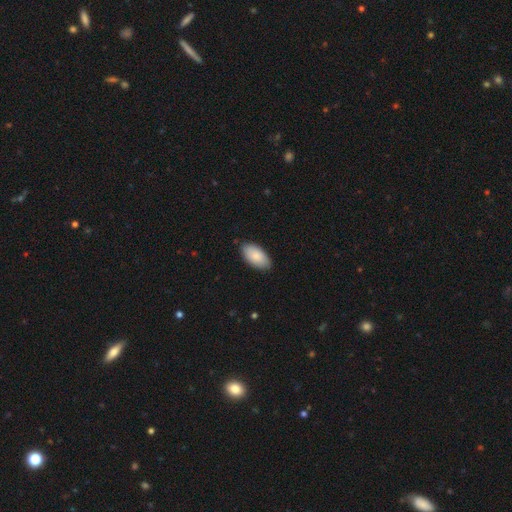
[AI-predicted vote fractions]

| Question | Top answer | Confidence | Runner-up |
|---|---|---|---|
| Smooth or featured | smooth | 85% | featured or disk (9%) |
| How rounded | in between | 96% | round (2%) |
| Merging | none | 85% | minor disturbance (12%) |